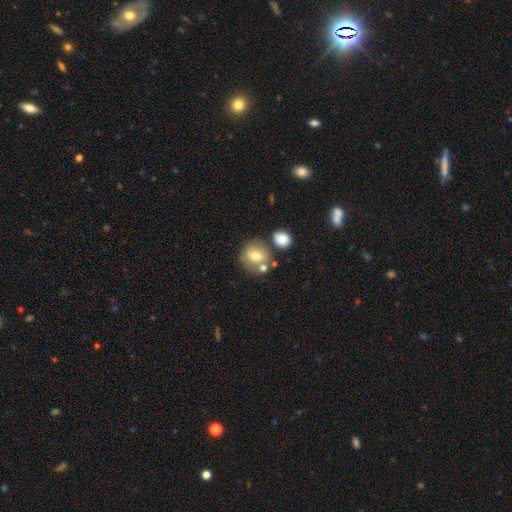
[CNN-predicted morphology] The model was most divided on "merging": none: 61%, merger: 20%, minor disturbance: 14%, major disturbance: 5%. More confident: how rounded — round (76%); smooth or featured — smooth (71%).